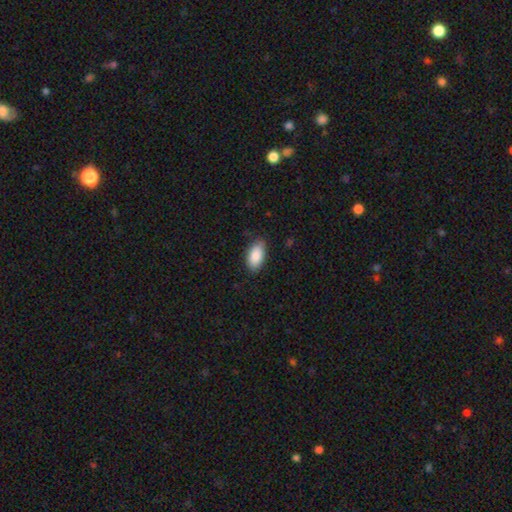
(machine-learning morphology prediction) Q: Smooth or featured?
A: smooth (89%); runner-up: star or artifact (6%)
Q: How rounded?
A: in between (94%); runner-up: cigar-shaped (3%)
Q: Merging?
A: none (82%); runner-up: minor disturbance (14%)